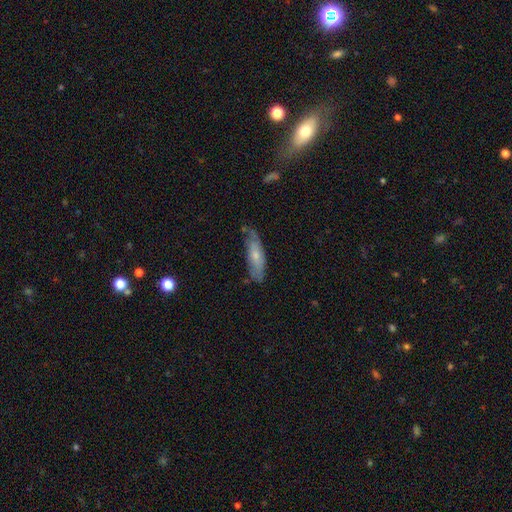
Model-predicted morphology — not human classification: Smooth or featured? Predicted: smooth (p=0.52). How rounded? Predicted: cigar-shaped (p=0.57). Merging? Predicted: none (p=0.62).